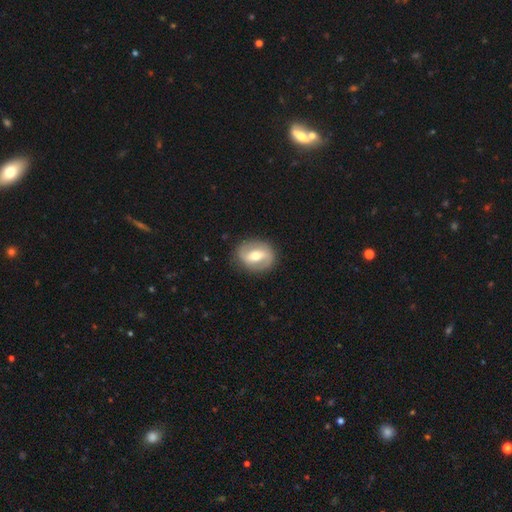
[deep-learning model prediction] Morphology: type=featured or disk (65%); edge-on=no (95%); bar=strong (44%); spiral arms=yes (69%); bulge=moderate (69%); merging=none (85%).